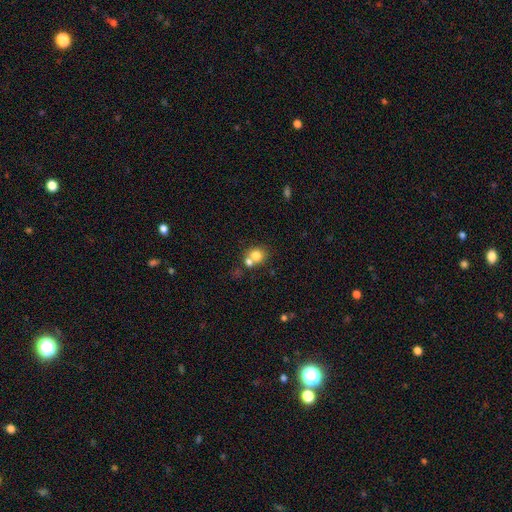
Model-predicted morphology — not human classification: Smooth or featured?
  - smooth: 76% *
  - featured or disk: 12%
  - star or artifact: 12%
How rounded?
  - round: 77% *
  - in between: 22%
  - cigar-shaped: 1%
Merging?
  - merger: 45% *
  - none: 43%
  - minor disturbance: 8%
  - major disturbance: 4%